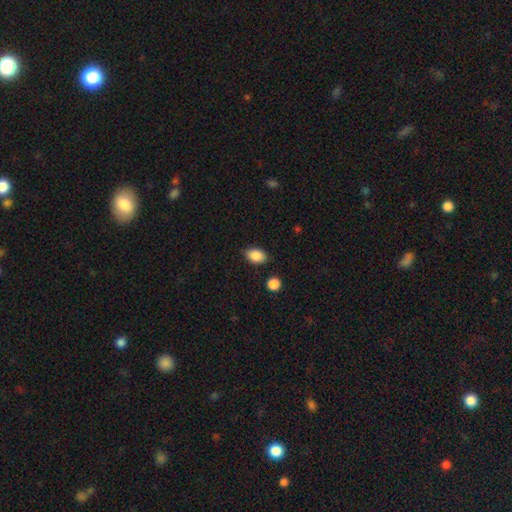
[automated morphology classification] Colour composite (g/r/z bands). It shows a smooth galaxy with no disk features (88%) that is in between round and cigar-shaped (86%). Merging: none (82%).